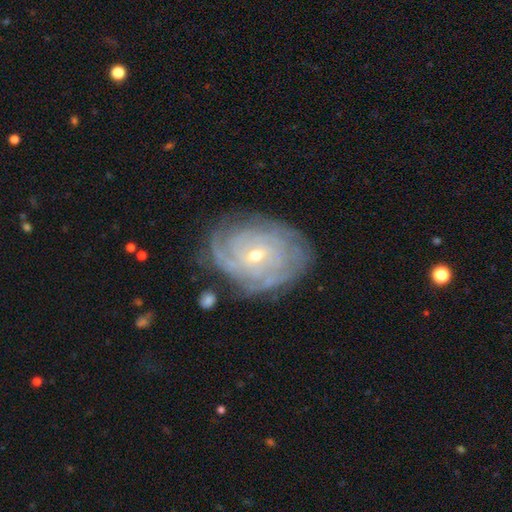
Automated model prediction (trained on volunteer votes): Smooth or featured?
  - featured or disk: 84% *
  - smooth: 10%
  - star or artifact: 6%
Edge-on disk?
  - no: 97% *
  - yes: 3%
Bar?
  - no: 60% *
  - weak: 33%
  - strong: 7%
Spiral arms?
  - yes: 94% *
  - no: 6%
Spiral winding?
  - tight: 79% *
  - medium: 16%
  - loose: 4%
Spiral arm count?
  - can't tell: 42% *
  - 4: 18%
  - 3: 14%
  - 2: 11%
  - more than 4: 10%
  - 1: 6%
Bulge size?
  - small: 63% *
  - moderate: 34%
  - large: 1%
  - none: 1%
  - dominant: 1%
Merging?
  - none: 73% *
  - minor disturbance: 18%
  - major disturbance: 7%
  - merger: 2%